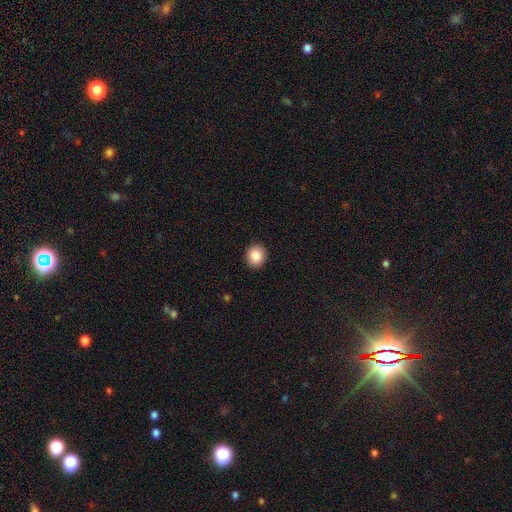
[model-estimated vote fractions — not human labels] smooth_or_featured: smooth (p=0.85) [alt: star or artifact p=0.09]
how_rounded: round (p=0.75) [alt: in between p=0.24]
merging: none (p=0.92) [alt: minor disturbance p=0.06]